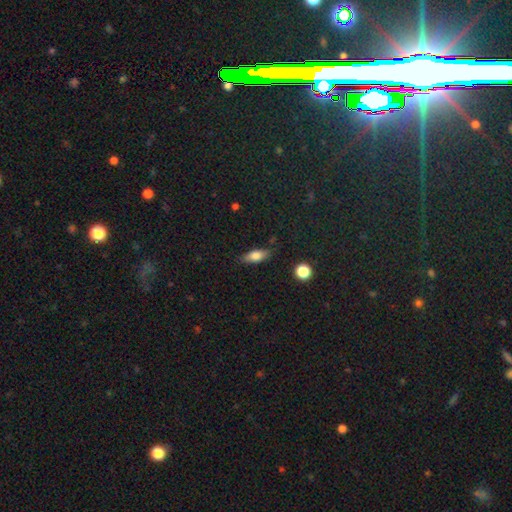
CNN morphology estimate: This is likely a smooth galaxy (71%). How rounded: likely in between (71%). Merging: clearly none (81%).